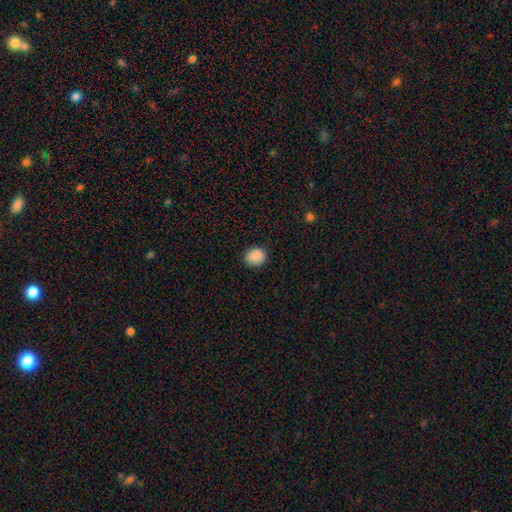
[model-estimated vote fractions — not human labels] Smooth or featured? smooth (88%)
How rounded? round (70%)
Merging? none (83%)